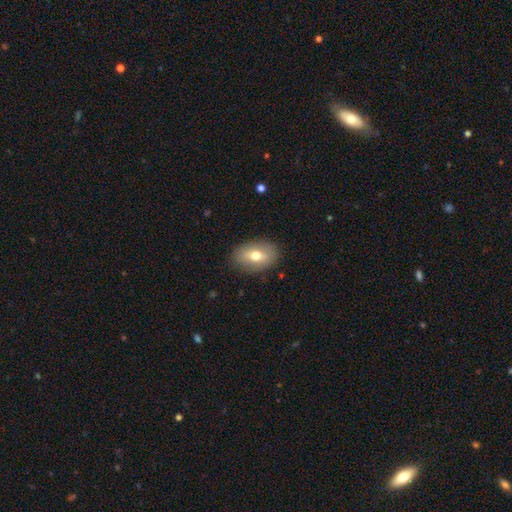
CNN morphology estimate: A smooth galaxy with no disk features (64%) that is in between round and cigar-shaped (85%).

Vote fractions:
- Smooth or featured? smooth: 64% / featured or disk: 28% / star or artifact: 8%
- How rounded? in between: 85% / round: 13% / cigar-shaped: 2%
- Merging? none: 85% / minor disturbance: 11% / major disturbance: 3% / merger: 1%